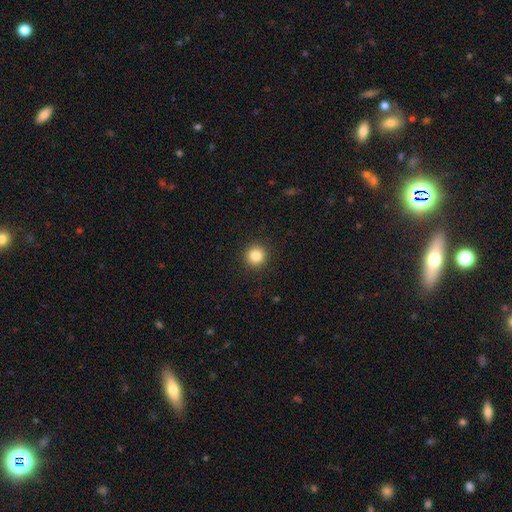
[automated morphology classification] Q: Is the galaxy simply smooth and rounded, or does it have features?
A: smooth — 85%.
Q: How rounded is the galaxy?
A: round — 95%.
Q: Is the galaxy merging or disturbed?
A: none — 92%.